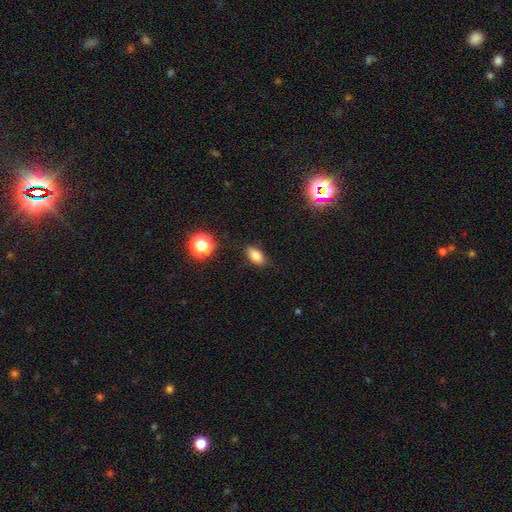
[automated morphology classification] This is likely a smooth galaxy (80%). How rounded: clearly in between (85%). Merging: clearly none (83%).